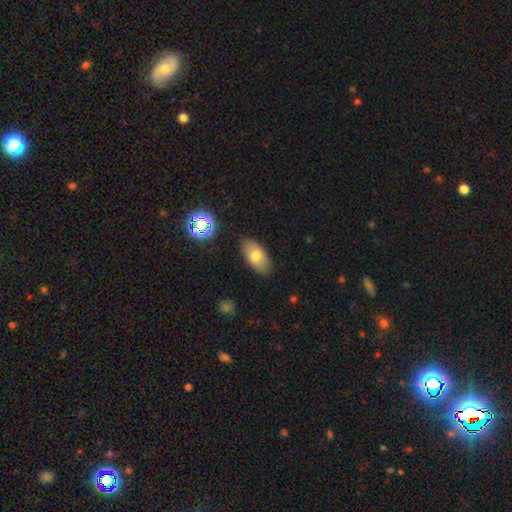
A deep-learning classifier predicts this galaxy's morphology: Smooth or featured? smooth (74%)
How rounded? in between (92%)
Merging? none (83%)